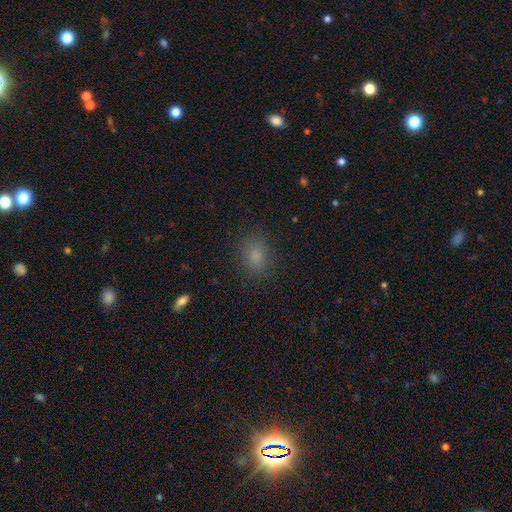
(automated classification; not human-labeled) The model was most divided on "how rounded": in between: 54%, round: 45%, cigar-shaped: 1%. More confident: merging — none (85%); smooth or featured — smooth (80%).